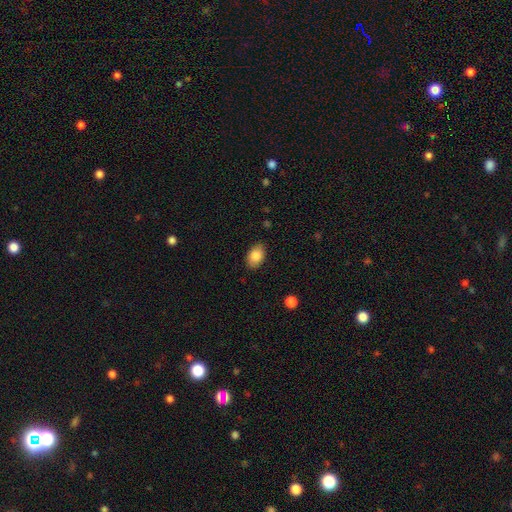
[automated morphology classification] A smooth galaxy with no disk features (86%) that is in between round and cigar-shaped (88%).

Vote fractions:
- Smooth or featured? smooth: 86% / star or artifact: 7% / featured or disk: 7%
- How rounded? in between: 88% / round: 11% / cigar-shaped: 1%
- Merging? none: 84% / minor disturbance: 12% / major disturbance: 3% / merger: 1%